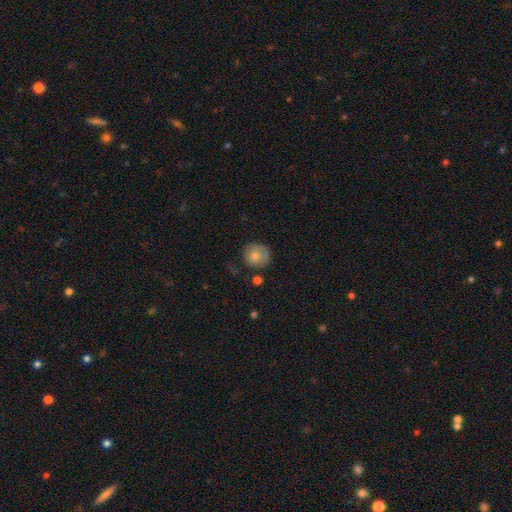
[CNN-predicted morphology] A smooth galaxy with no disk features (75%) that is round (88%). Merging: none (74%).